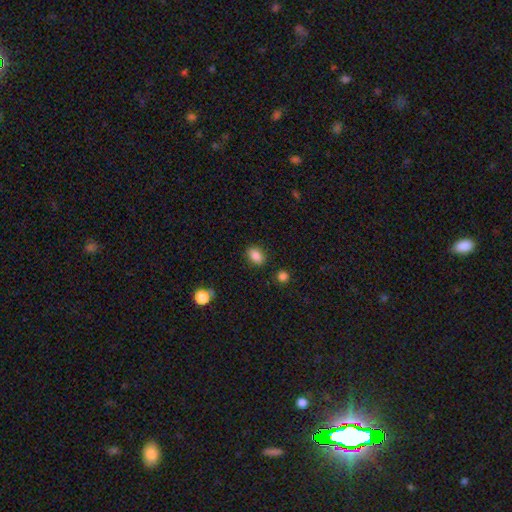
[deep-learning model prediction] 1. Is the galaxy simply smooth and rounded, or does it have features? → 86% smooth, 9% star or artifact, 5% featured or disk.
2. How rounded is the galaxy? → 81% in between, 17% round, 2% cigar-shaped.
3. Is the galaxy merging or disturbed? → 83% none, 12% minor disturbance, 3% major disturbance, 2% merger.